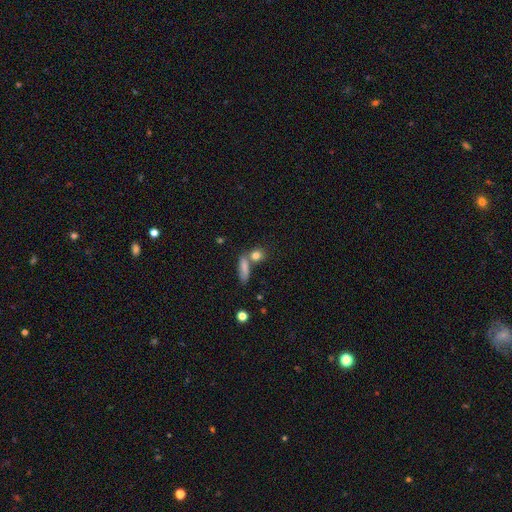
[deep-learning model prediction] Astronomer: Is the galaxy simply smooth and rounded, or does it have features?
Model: smooth — 79%.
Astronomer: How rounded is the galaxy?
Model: round — 56%.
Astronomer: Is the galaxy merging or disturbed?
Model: none — 58%.